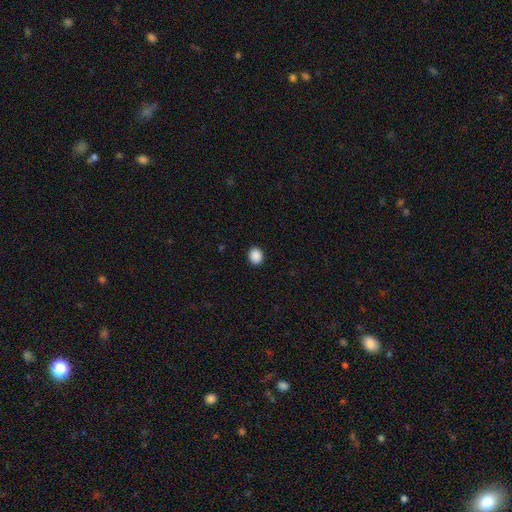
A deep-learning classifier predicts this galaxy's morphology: Q: Smooth or featured?
A: smooth (89%); runner-up: star or artifact (9%)
Q: How rounded?
A: round (68%); runner-up: in between (32%)
Q: Merging?
A: none (92%); runner-up: minor disturbance (6%)